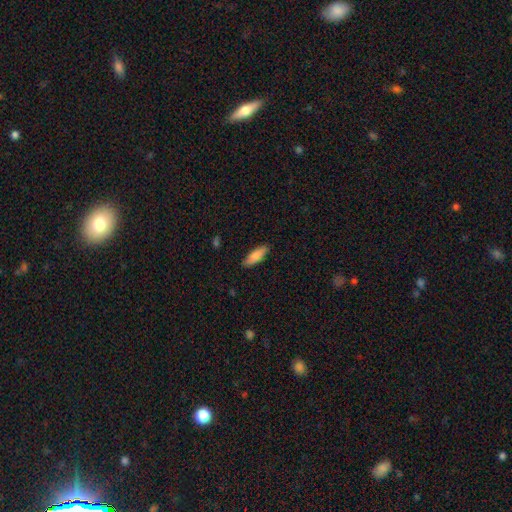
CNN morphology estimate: Overall: smooth (87%). How rounded: in between (60%; cigar-shaped 39%). Merging: none (88%).